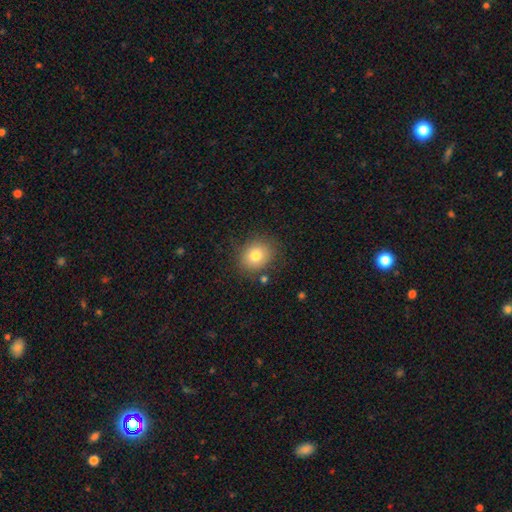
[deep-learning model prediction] The model was most divided on "how rounded": round: 71%, in between: 28%, cigar-shaped: 1%. More confident: merging — none (80%); smooth or featured — smooth (78%).